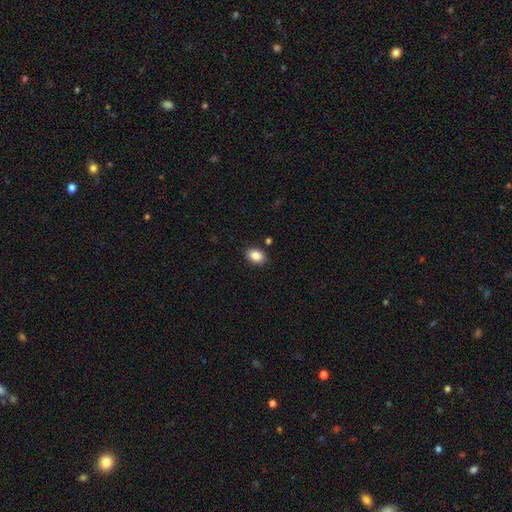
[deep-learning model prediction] Q: Smooth or featured?
A: smooth (87%); runner-up: star or artifact (8%)
Q: How rounded?
A: in between (80%); runner-up: round (19%)
Q: Merging?
A: none (87%); runner-up: minor disturbance (8%)